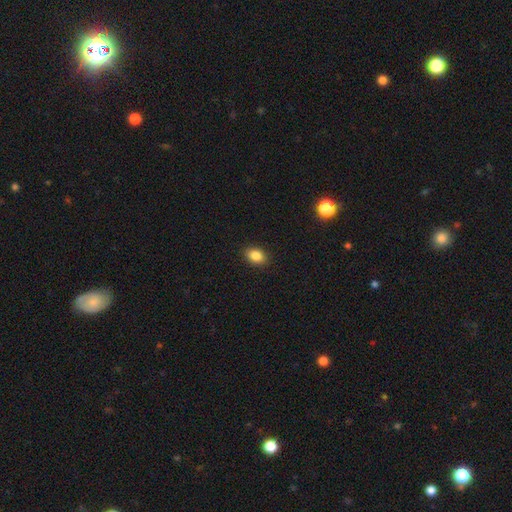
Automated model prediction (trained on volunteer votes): smooth_or_featured: smooth (p=0.86) [alt: star or artifact p=0.09]
how_rounded: in between (p=0.78) [alt: round p=0.21]
merging: none (p=0.89) [alt: minor disturbance p=0.08]